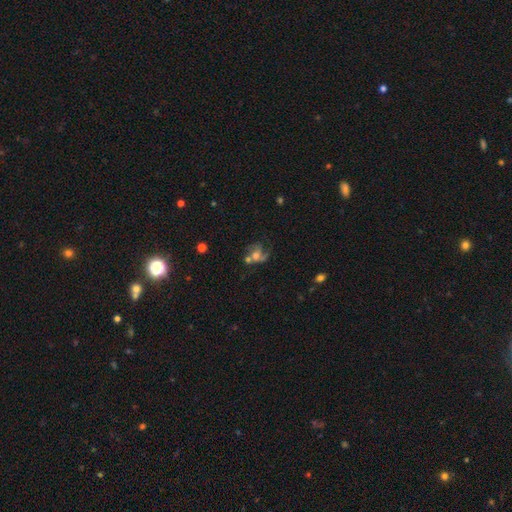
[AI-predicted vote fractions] Overall: featured or disk (56%; smooth 30%). Edge-on disk: no (97%). Bar: no (68%). Spiral arms: yes (72%). Bulge size: moderate (50%; small 25%). Merging: none (30%; merger 28%).